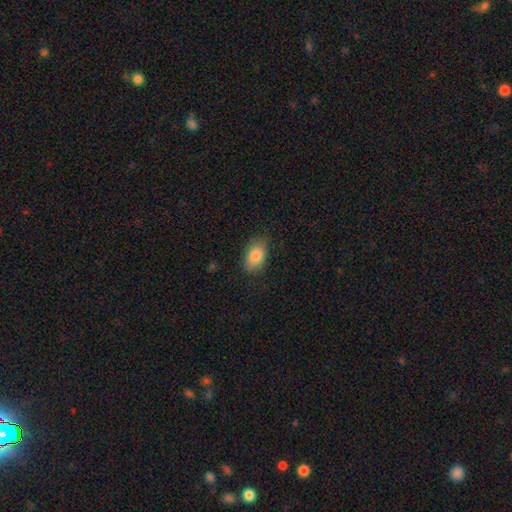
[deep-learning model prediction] Morphology: type=smooth (85%); roundness=in between (89%); merging=none (77%).